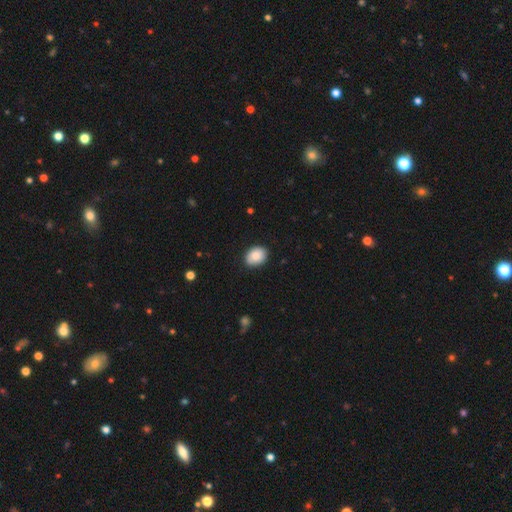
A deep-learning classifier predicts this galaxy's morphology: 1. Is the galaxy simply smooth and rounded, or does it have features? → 87% smooth, 7% star or artifact, 6% featured or disk.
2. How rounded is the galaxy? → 64% in between, 36% round, 1% cigar-shaped.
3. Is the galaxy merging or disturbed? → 85% none, 12% minor disturbance, 2% major disturbance, 1% merger.